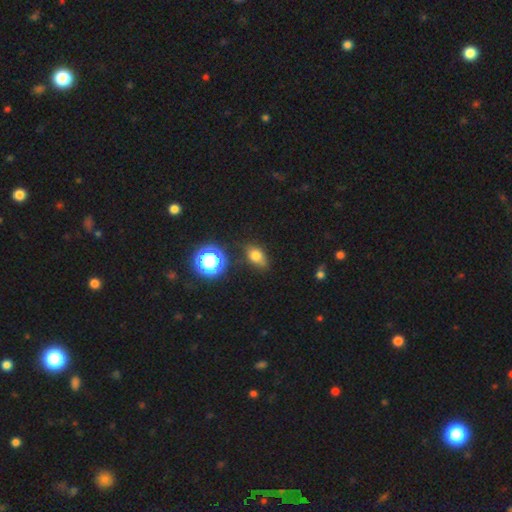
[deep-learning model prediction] Smooth or featured? Predicted: smooth (p=0.73). How rounded? Predicted: in between (p=0.73). Merging? Predicted: none (p=0.72).